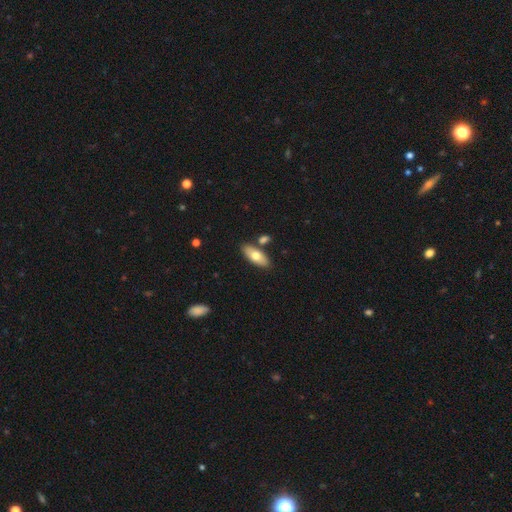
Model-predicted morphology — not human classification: This is likely a smooth galaxy (68%). How rounded: clearly in between (82%). Merging: likely none (79%).